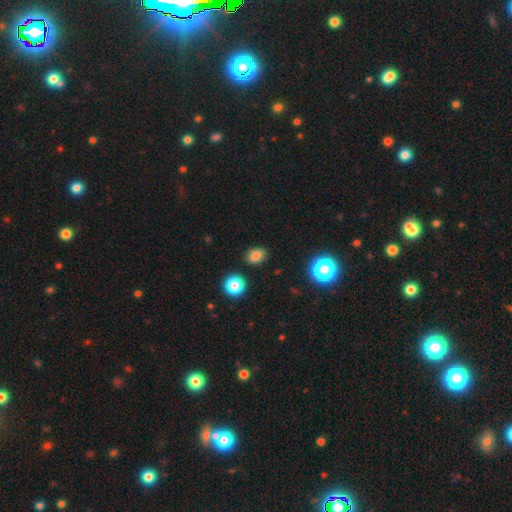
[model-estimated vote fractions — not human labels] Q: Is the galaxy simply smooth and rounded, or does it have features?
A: smooth — 80%.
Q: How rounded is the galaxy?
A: in between — 72%.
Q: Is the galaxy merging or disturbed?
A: none — 86%.